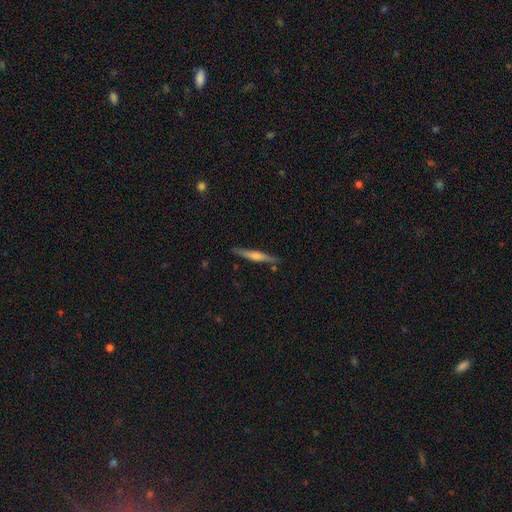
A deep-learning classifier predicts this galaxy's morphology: This appears to be a featured or disk galaxy (64%) viewed edge-on (97%) with a rounded central bulge (71%). Merging: none (88%).